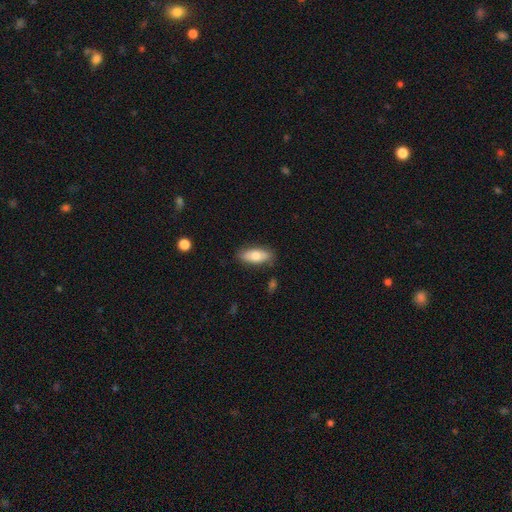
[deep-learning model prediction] A smooth galaxy with no disk features (74%) that is in between round and cigar-shaped (82%).

Vote fractions:
- Smooth or featured? smooth: 74% / featured or disk: 19% / star or artifact: 6%
- How rounded? in between: 82% / cigar-shaped: 16% / round: 3%
- Merging? none: 81% / minor disturbance: 14% / major disturbance: 3% / merger: 2%